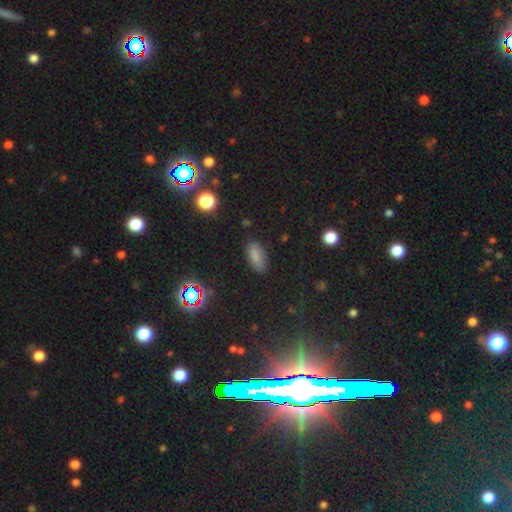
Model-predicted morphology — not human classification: Q: Smooth or featured?
A: smooth (75%); runner-up: star or artifact (18%)
Q: How rounded?
A: in between (85%); runner-up: cigar-shaped (11%)
Q: Merging?
A: none (84%); runner-up: minor disturbance (11%)